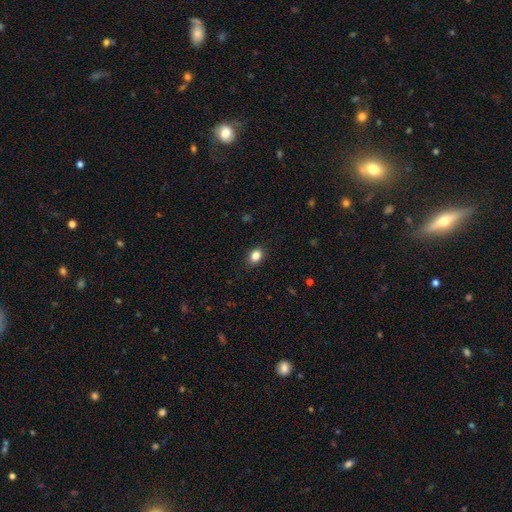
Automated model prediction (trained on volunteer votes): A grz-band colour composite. It shows a smooth galaxy with no disk features (85%) that is in between round and cigar-shaped (59%). Merging: none (87%).